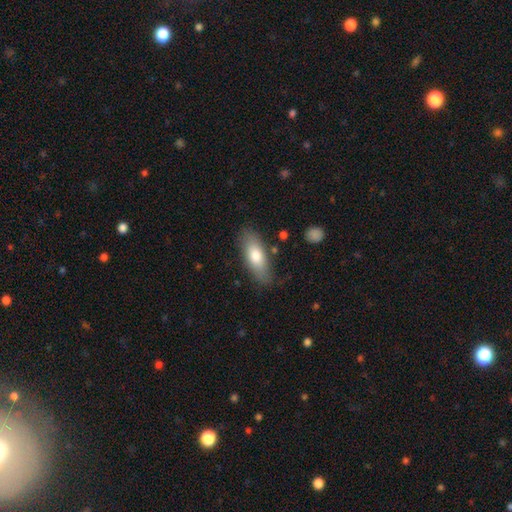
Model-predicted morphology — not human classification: Smooth or featured? smooth (74%)
How rounded? in between (73%)
Merging? none (80%)